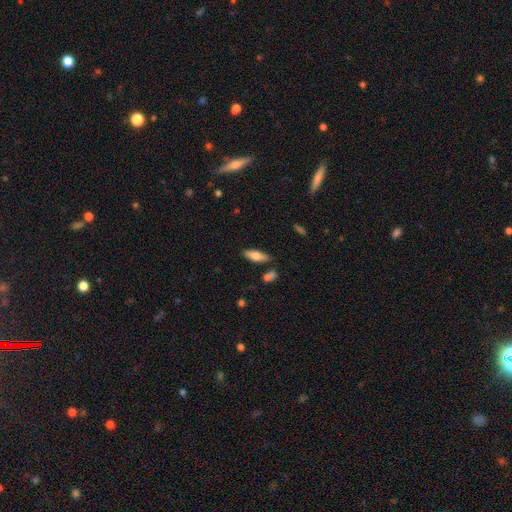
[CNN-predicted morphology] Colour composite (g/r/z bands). It shows a smooth galaxy with no disk features (69%) that is in between round and cigar-shaped (58%). Merging: none (80%).